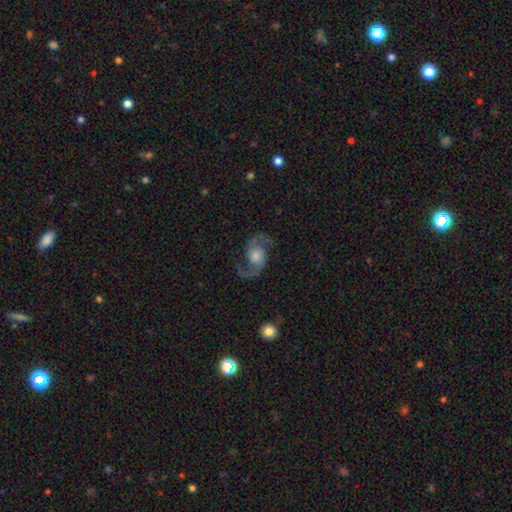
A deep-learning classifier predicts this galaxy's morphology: smooth-or-featured: featured or disk: 90% | star or artifact: 5% | smooth: 5%
  disk-edge-on: no: 98% | yes: 2%
    bar: no: 63% | weak: 30% | strong: 7%
    has-spiral-arms: yes: 98% | no: 2%
      spiral-winding: medium: 52% | loose: 39% | tight: 9%
      spiral-arm-count: 2: 94% | can't tell: 1% | 1: 1% | 3: 1% | 4: 1% | more than 4: 1%
    bulge-size: moderate: 49% | small: 22% | large: 20% | none: 6% | dominant: 3%
  merging: none: 81% | minor disturbance: 11% | major disturbance: 6% | merger: 1%